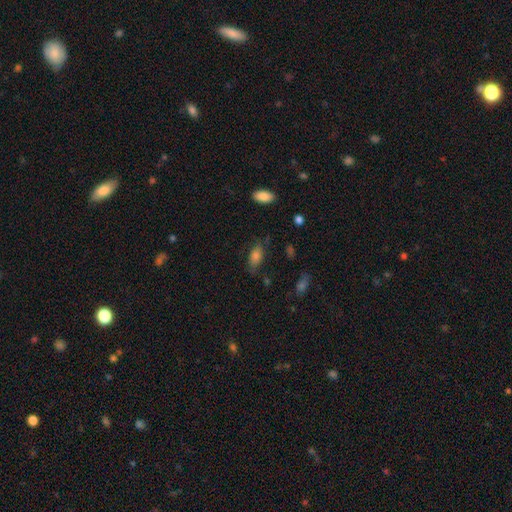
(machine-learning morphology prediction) smooth_or_featured: smooth (p=0.77) [alt: featured or disk p=0.13]
how_rounded: in between (p=0.86) [alt: cigar-shaped p=0.10]
merging: none (p=0.69) [alt: minor disturbance p=0.21]